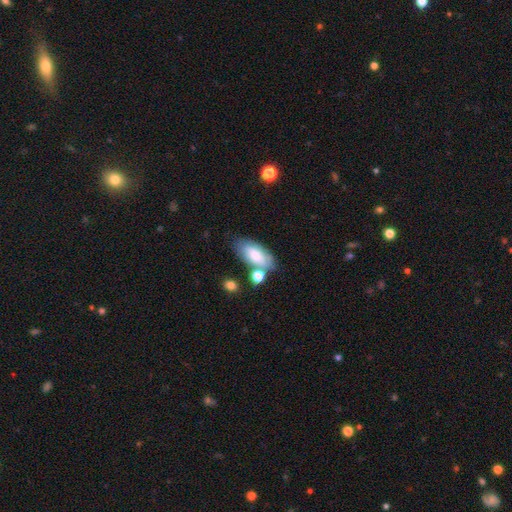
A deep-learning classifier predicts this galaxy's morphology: This appears to be a smooth galaxy with no disk features (69%) that is in between round and cigar-shaped (89%). Merging: none (59%).